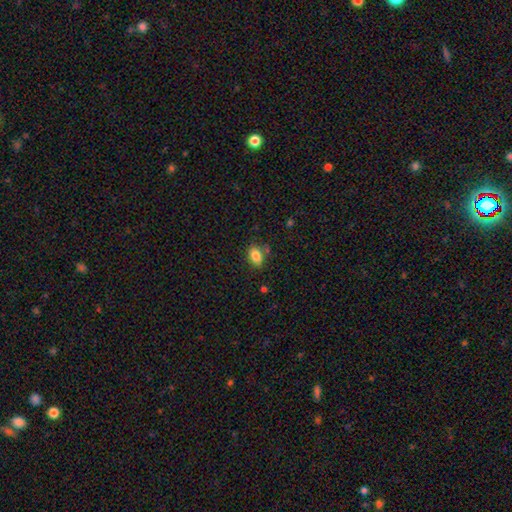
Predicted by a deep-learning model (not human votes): Overall: smooth (84%). How rounded: in between (84%). Merging: none (76%).